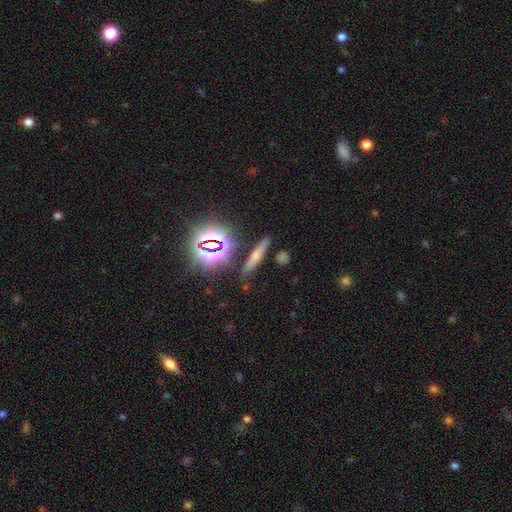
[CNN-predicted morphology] This is possibly a smooth galaxy (50%). How rounded: clearly cigar-shaped (81%). Merging: clearly none (82%).